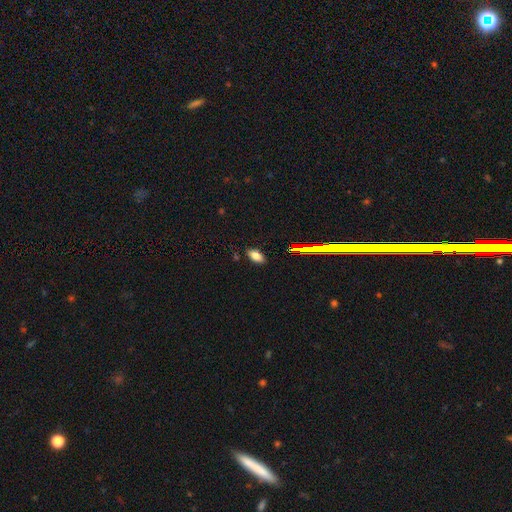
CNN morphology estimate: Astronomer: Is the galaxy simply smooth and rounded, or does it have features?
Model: smooth — 79%.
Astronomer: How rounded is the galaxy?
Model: in between — 91%.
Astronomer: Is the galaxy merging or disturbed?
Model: none — 86%.